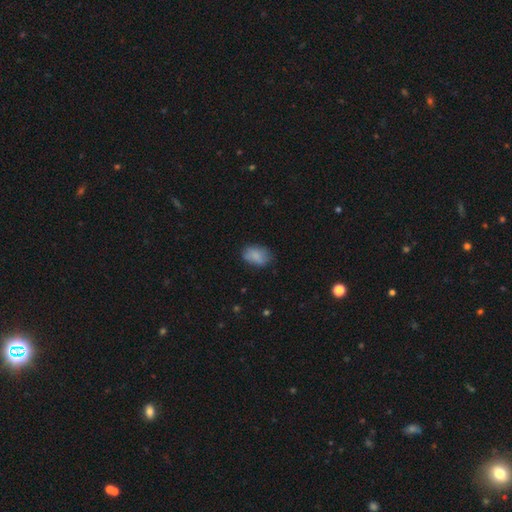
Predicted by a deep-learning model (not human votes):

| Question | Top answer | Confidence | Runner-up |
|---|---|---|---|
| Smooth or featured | smooth | 84% | featured or disk (9%) |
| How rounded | in between | 85% | round (14%) |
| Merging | none | 69% | minor disturbance (23%) |